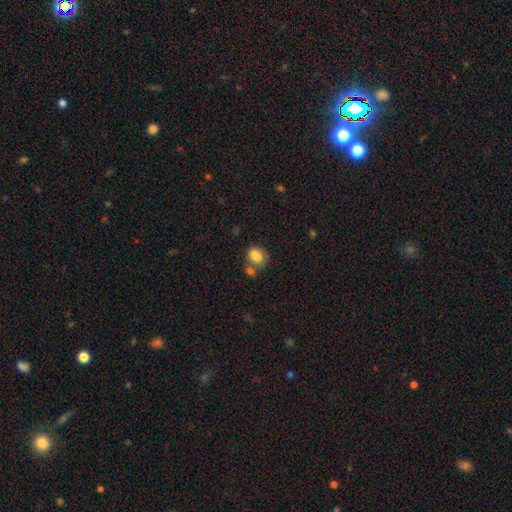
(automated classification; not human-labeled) The model was most divided on "merging": none: 46%, merger: 31%, minor disturbance: 17%, major disturbance: 7%. More confident: smooth or featured — smooth (81%); how rounded — in between (60%).